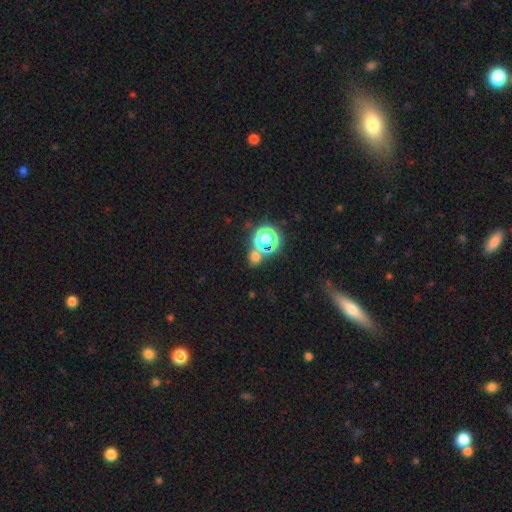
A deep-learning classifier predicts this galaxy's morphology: smooth-or-featured: smooth: 50% | star or artifact: 42% | featured or disk: 8%
  how-rounded: round: 66% | in between: 32% | cigar-shaped: 2%
  merging: none: 60% | merger: 26% | minor disturbance: 9% | major disturbance: 5%